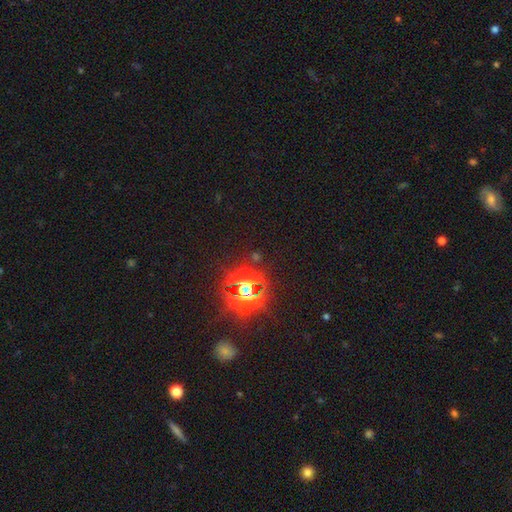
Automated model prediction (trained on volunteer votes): Smooth or featured? star or artifact (79%)